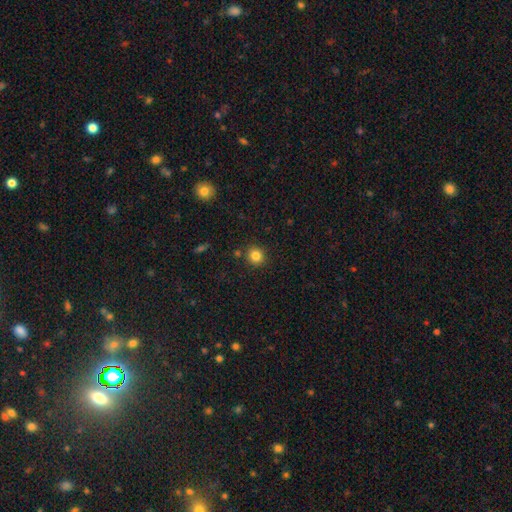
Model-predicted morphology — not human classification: Smooth or featured? smooth (83%)
How rounded? round (91%)
Merging? none (86%)